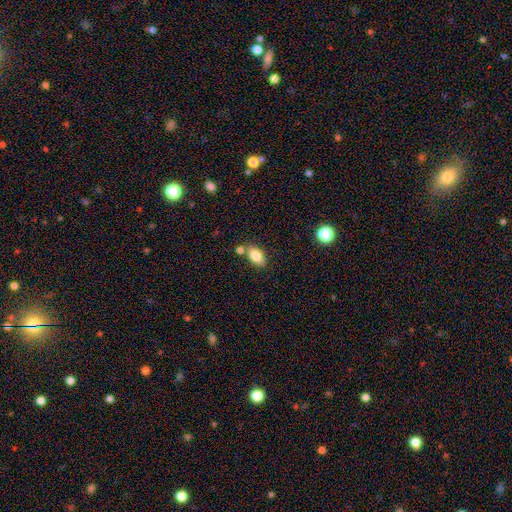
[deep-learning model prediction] Smooth or featured: smooth — 83% (featured or disk — 9%)
How rounded: in between — 89% (round — 8%)
Merging: none — 69% (merger — 15%)